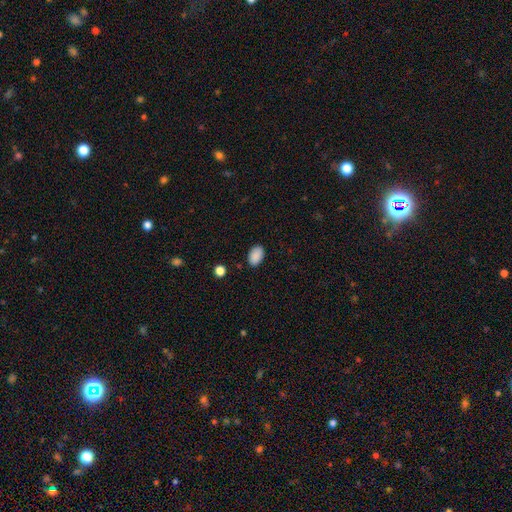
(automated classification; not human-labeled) smooth 89%, star or artifact 8%, featured or disk 3%. Down the decision tree: how rounded — in between (87%); merging — none (86%).